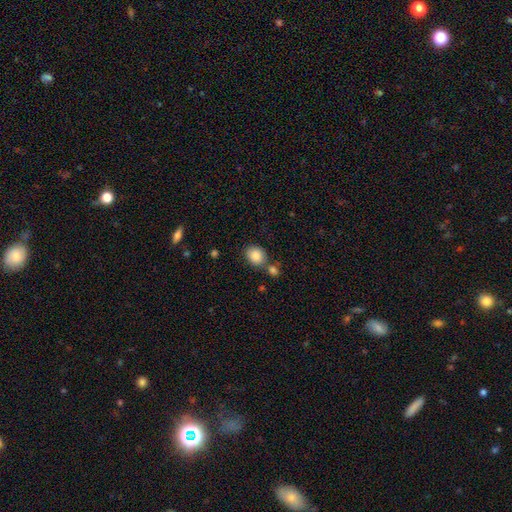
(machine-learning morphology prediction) This appears to be a smooth galaxy with no disk features (86%) that is round (55%). Merging: none (66%).